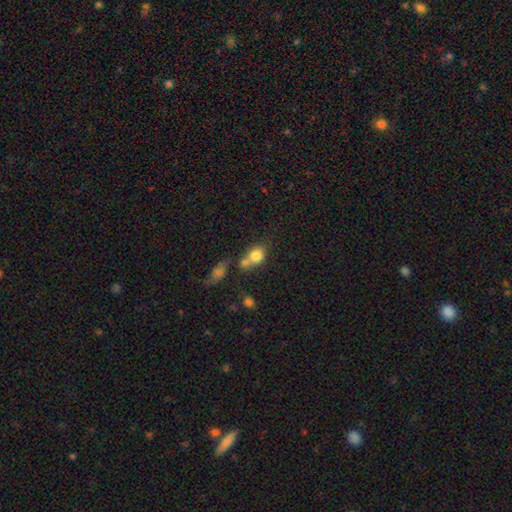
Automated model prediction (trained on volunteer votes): smooth_or_featured: smooth (p=0.79) [alt: featured or disk p=0.11]
how_rounded: round (p=0.56) [alt: in between p=0.42]
merging: merger (p=0.51) [alt: none p=0.31]